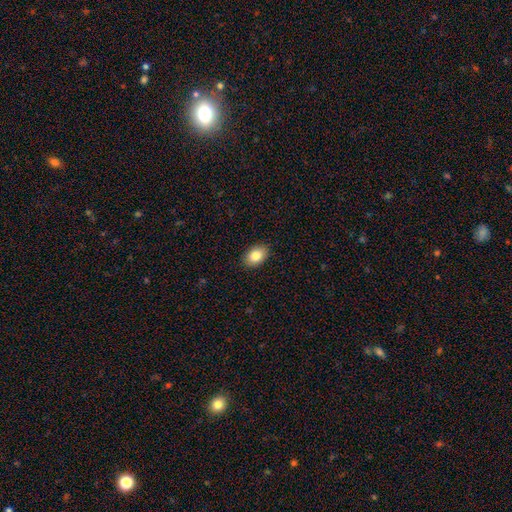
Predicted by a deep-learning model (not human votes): A smooth galaxy with no disk features (84%) that is in between round and cigar-shaped (86%).

Vote fractions:
- Smooth or featured? smooth: 84% / featured or disk: 8% / star or artifact: 8%
- How rounded? in between: 86% / round: 13% / cigar-shaped: 1%
- Merging? none: 90% / minor disturbance: 8% / major disturbance: 2% / merger: 1%